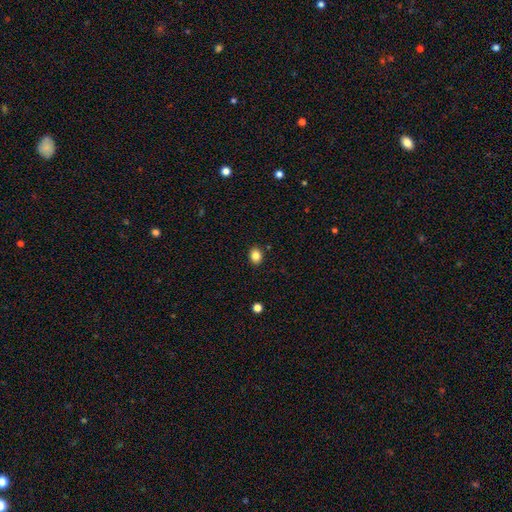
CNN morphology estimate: smooth_or_featured: smooth (p=0.84) [alt: star or artifact p=0.11]
how_rounded: round (p=0.50) [alt: in between p=0.49]
merging: none (p=0.89) [alt: minor disturbance p=0.08]